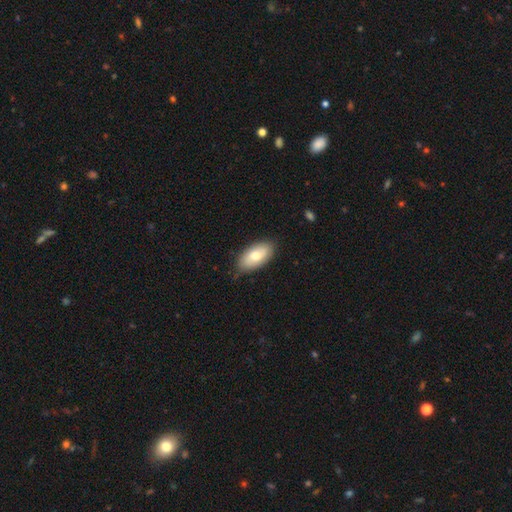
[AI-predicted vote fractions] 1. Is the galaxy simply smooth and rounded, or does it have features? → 70% smooth, 24% featured or disk, 6% star or artifact.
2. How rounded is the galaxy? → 94% in between, 3% cigar-shaped, 3% round.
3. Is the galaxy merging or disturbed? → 82% none, 15% minor disturbance, 2% major disturbance, 1% merger.